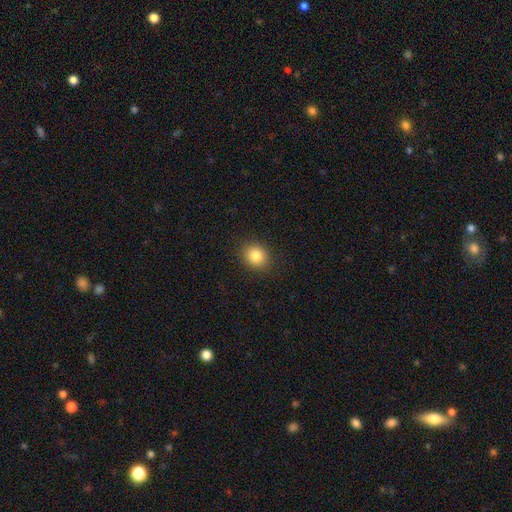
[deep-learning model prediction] smooth 84%, star or artifact 10%, featured or disk 6%. Down the decision tree: how rounded — round (67%); merging — none (89%).